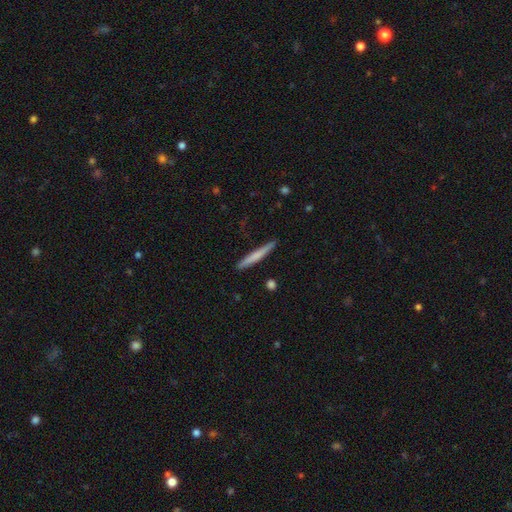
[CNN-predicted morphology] smooth 65%, featured or disk 30%, star or artifact 5%. Down the decision tree: how rounded — cigar-shaped (96%); merging — none (89%).